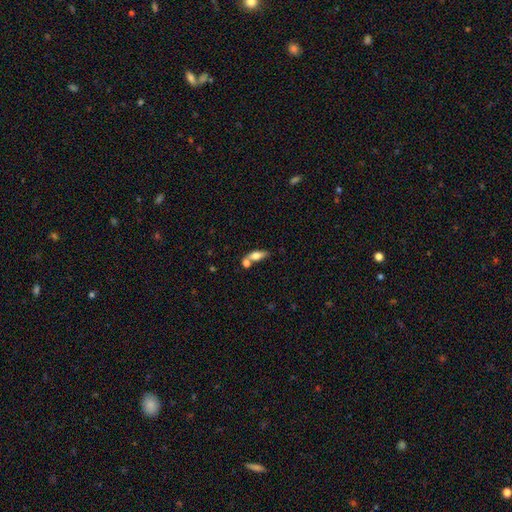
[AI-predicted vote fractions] smooth 66%, featured or disk 26%, star or artifact 8%. Down the decision tree: how rounded — in between (70%); merging — none (47%).